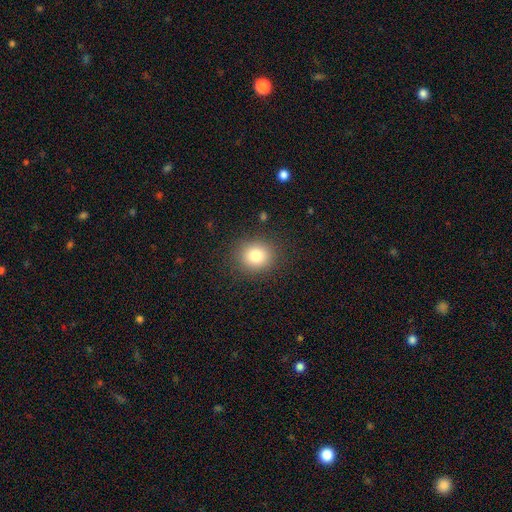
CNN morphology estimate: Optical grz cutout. It shows a smooth galaxy with no disk features (82%) that is round (81%). Merging: none (88%).